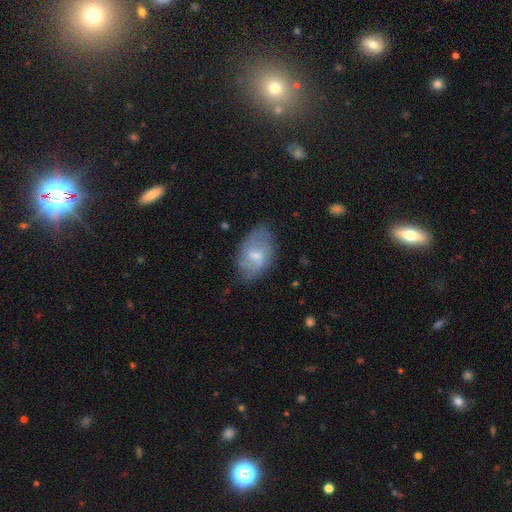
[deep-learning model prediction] Smooth or featured? featured or disk (53%)
Edge-on disk? no (96%)
Bar? weak (59%)
Spiral arms? yes (71%)
Bulge size? small (43%, tied with moderate)
Merging? none (59%)